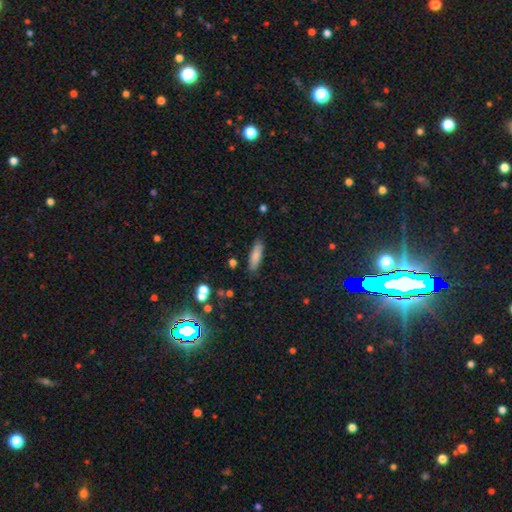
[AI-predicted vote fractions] Morphology: type=smooth (80%); roundness=cigar-shaped (54%); merging=none (85%).